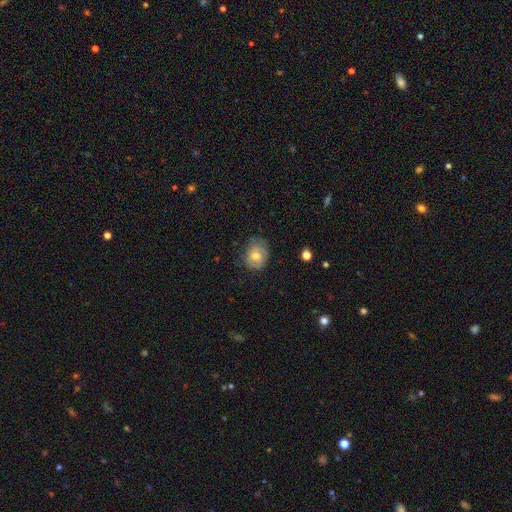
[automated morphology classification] Smooth or featured?
  - smooth: 57% *
  - featured or disk: 35%
  - star or artifact: 8%
How rounded?
  - in between: 51% *
  - round: 48%
  - cigar-shaped: 1%
Merging?
  - none: 61% *
  - minor disturbance: 28%
  - major disturbance: 9%
  - merger: 1%